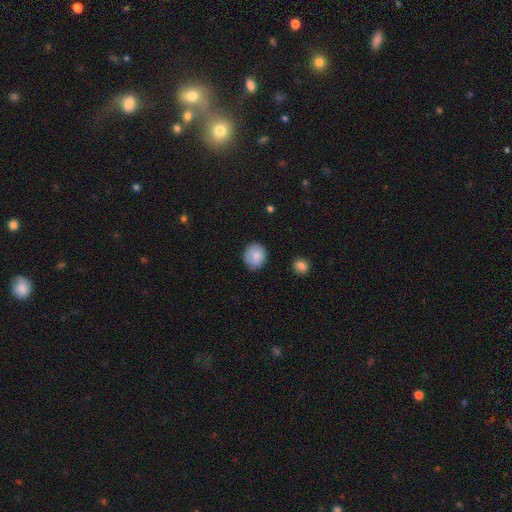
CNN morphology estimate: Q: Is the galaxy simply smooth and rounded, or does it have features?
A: smooth — 84%.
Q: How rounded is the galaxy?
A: round — 77%.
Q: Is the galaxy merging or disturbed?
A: none — 79%.